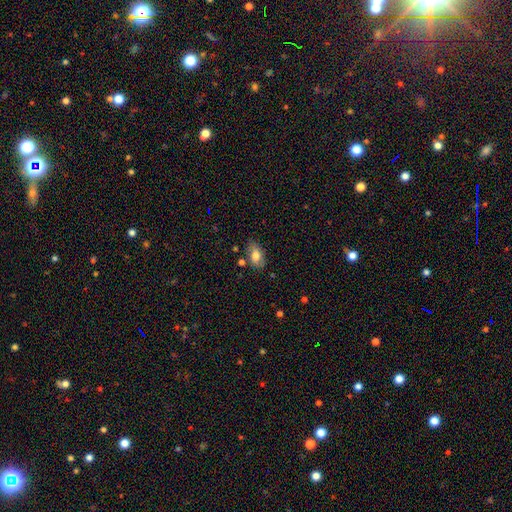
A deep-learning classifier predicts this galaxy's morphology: A smooth galaxy with no disk features (75%) that is in between round and cigar-shaped (90%). Merging: none (74%).